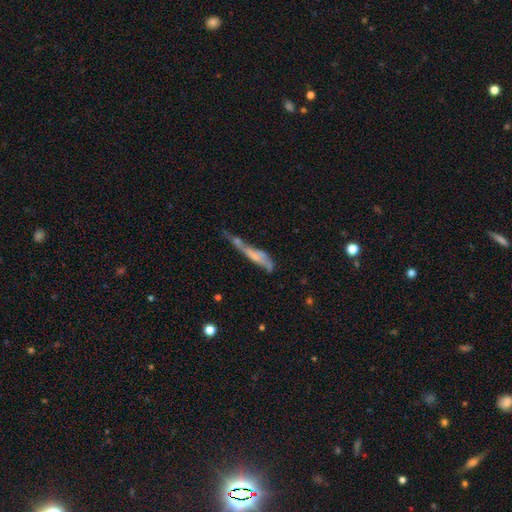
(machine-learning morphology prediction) This appears to be a featured or disk galaxy (48%). Merging: major disturbance (32%).